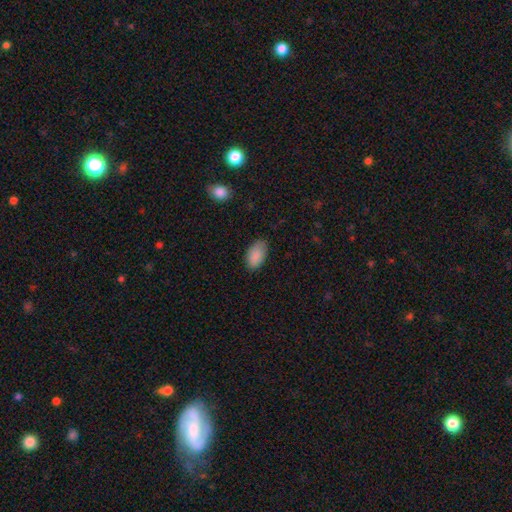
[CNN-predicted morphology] A smooth galaxy with no disk features (88%) that is in between round and cigar-shaped (94%). Merging: none (76%).